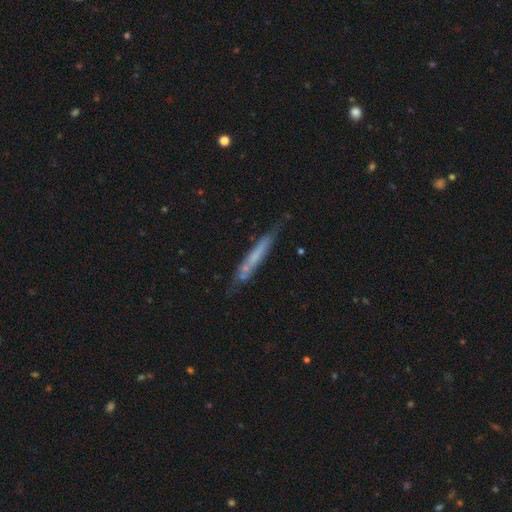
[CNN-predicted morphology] The model was most divided on "smooth or featured": smooth: 48%, featured or disk: 45%, star or artifact: 7%. More confident: merging — none (67%).